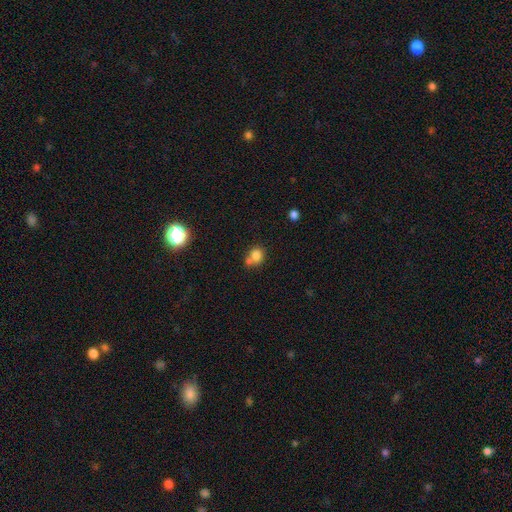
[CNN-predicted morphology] type=smooth (78%); roundness=round (73%); merging=none (45%).